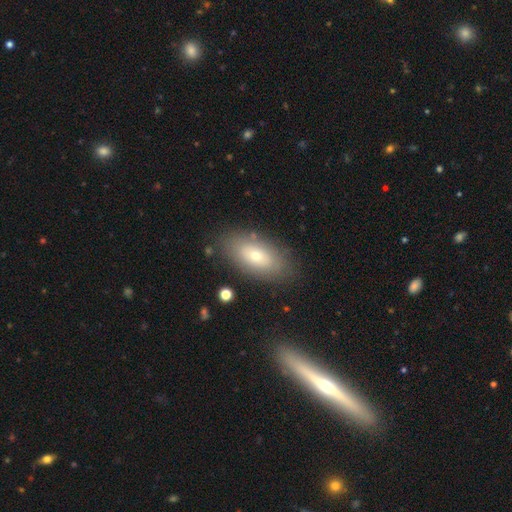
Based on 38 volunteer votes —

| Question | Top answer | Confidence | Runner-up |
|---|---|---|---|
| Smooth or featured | featured or disk | 47% | smooth (42%) |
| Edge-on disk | yes | 56% | no (44%) |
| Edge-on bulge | rounded | 100% | — |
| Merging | none | 85% | minor disturbance (12%) |